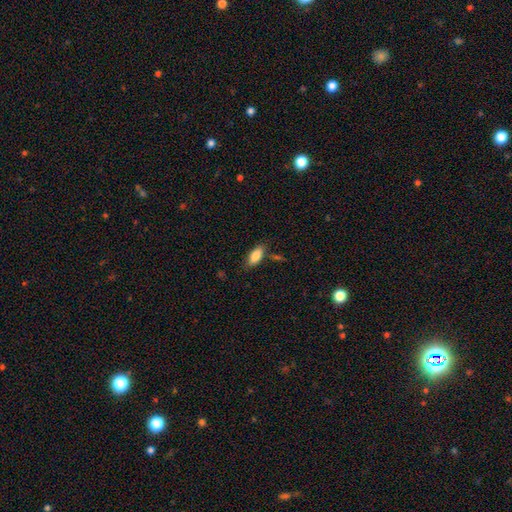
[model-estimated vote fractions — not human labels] Q: Smooth or featured?
A: smooth (82%); runner-up: featured or disk (11%)
Q: How rounded?
A: in between (85%); runner-up: cigar-shaped (13%)
Q: Merging?
A: none (77%); runner-up: minor disturbance (15%)